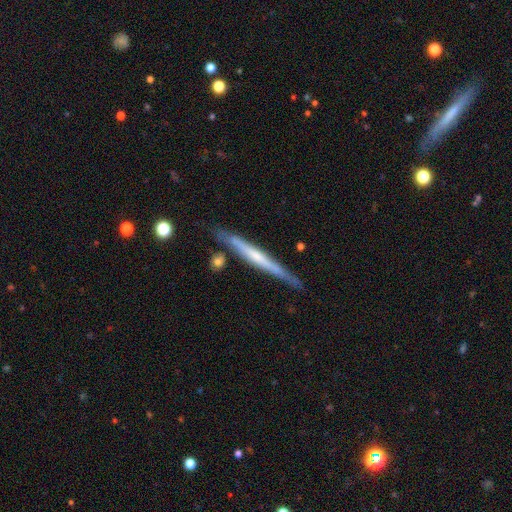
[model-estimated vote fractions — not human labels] Smooth or featured? featured or disk (63%)
Edge-on disk? yes (96%)
Edge-on bulge? none (58%)
Merging? none (81%)